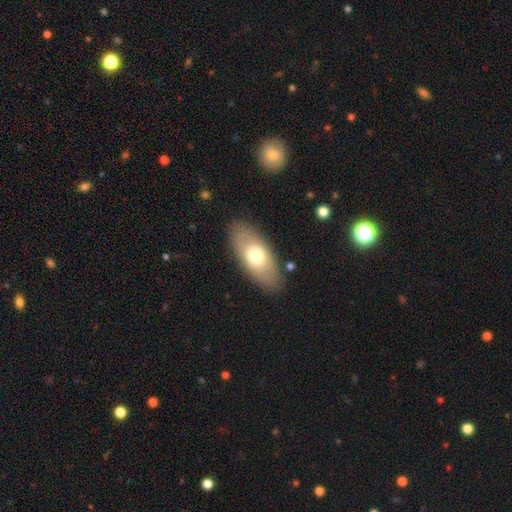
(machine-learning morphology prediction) A smooth galaxy with no disk features (64%) that is in between round and cigar-shaped (88%).

Vote fractions:
- Smooth or featured? smooth: 64% / featured or disk: 29% / star or artifact: 6%
- How rounded? in between: 88% / cigar-shaped: 9% / round: 3%
- Merging? none: 85% / minor disturbance: 10% / major disturbance: 3% / merger: 2%